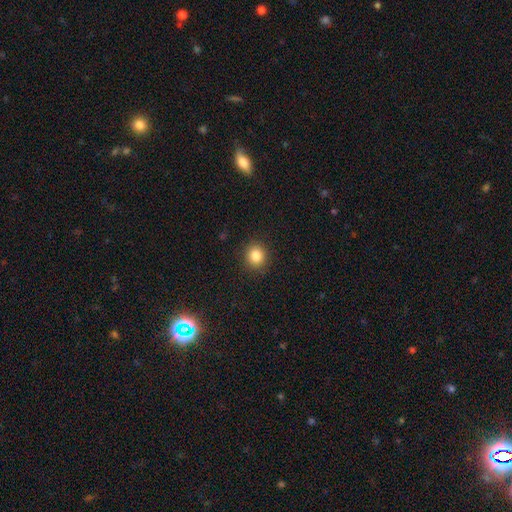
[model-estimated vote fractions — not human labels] Smooth or featured: smooth — 84% (star or artifact — 11%)
How rounded: round — 87% (in between — 12%)
Merging: none — 90% (minor disturbance — 6%)